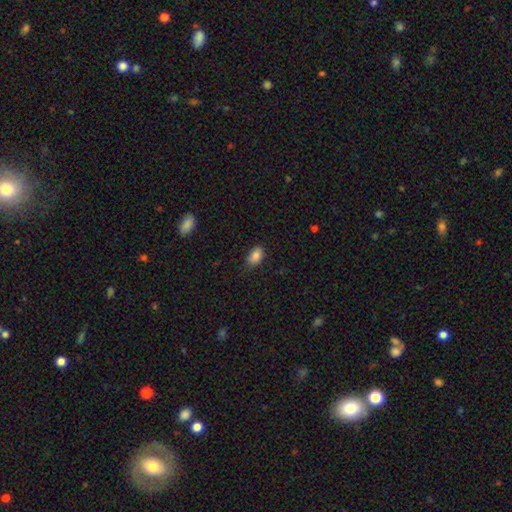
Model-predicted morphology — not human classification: This appears to be a smooth galaxy with no disk features (86%) that is in between round and cigar-shaped (87%). Merging: none (76%).